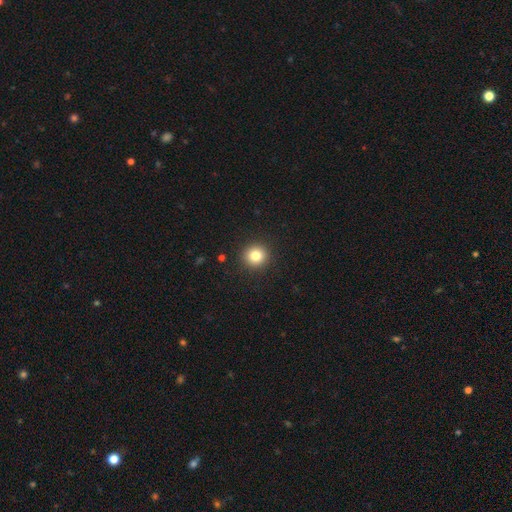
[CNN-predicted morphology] smooth-or-featured: smooth: 82% | star or artifact: 11% | featured or disk: 7%
  how-rounded: round: 94% | in between: 6% | cigar-shaped: 1%
  merging: none: 92% | minor disturbance: 5% | major disturbance: 2% | merger: 1%